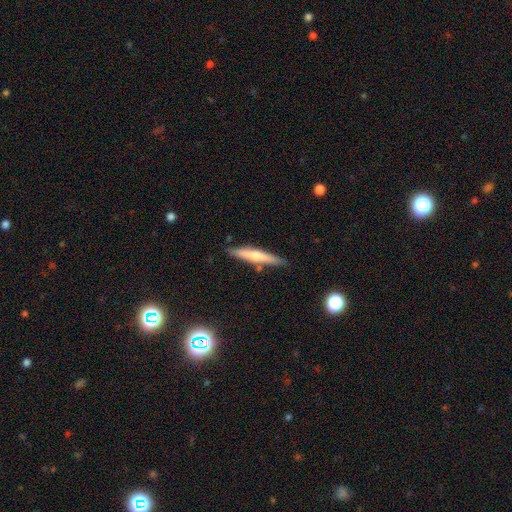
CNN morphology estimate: smooth-or-featured: smooth: 49% | featured or disk: 45% | star or artifact: 6%
  merging: none: 84% | minor disturbance: 11% | merger: 4% | major disturbance: 2%